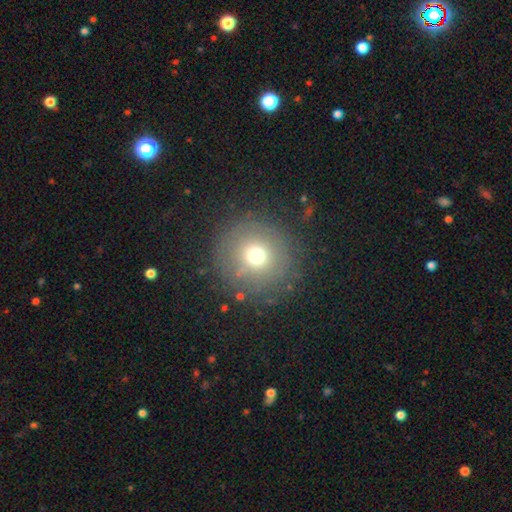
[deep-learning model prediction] Overall: smooth (68%). How rounded: round (95%). Merging: none (84%).